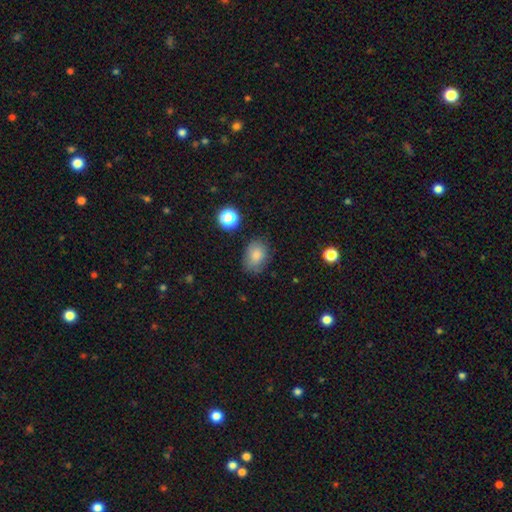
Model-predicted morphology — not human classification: smooth-or-featured: smooth: 81% | star or artifact: 10% | featured or disk: 10%
  how-rounded: in between: 73% | round: 25% | cigar-shaped: 1%
  merging: none: 75% | minor disturbance: 18% | major disturbance: 5% | merger: 2%